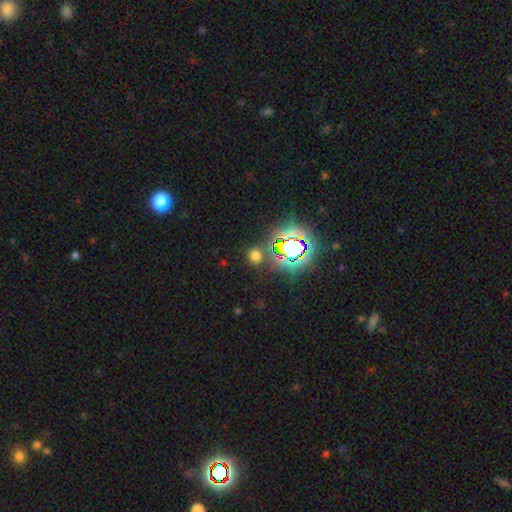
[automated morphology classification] This appears to be a smooth galaxy with no disk features (53%) that is round (88%). Merging: none (82%).